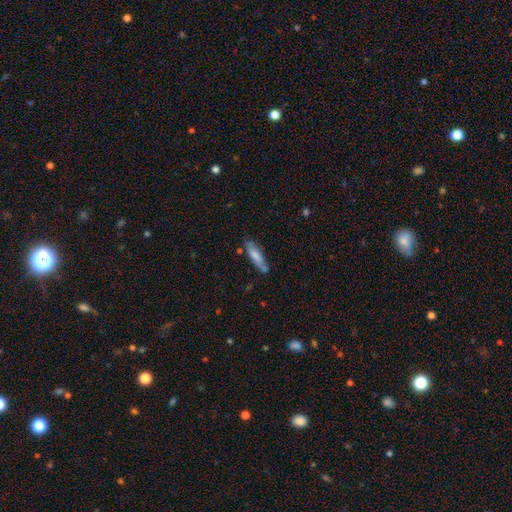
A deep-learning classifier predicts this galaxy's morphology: Smooth or featured? smooth (69%)
How rounded? cigar-shaped (68%)
Merging? none (70%)